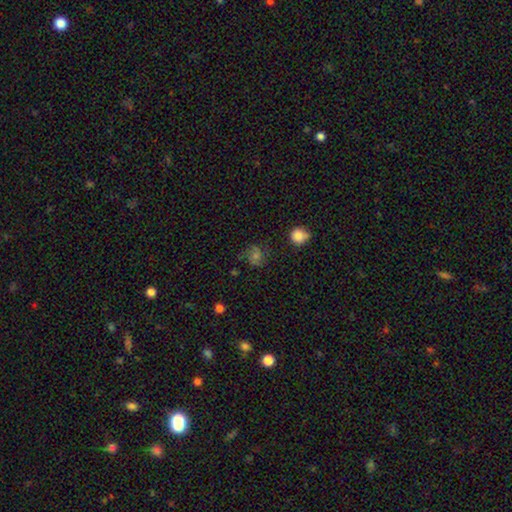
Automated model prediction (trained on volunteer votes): Smooth or featured: smooth — 53% (featured or disk — 24%)
How rounded: round — 75% (in between — 24%)
Merging: none — 68% (minor disturbance — 20%)